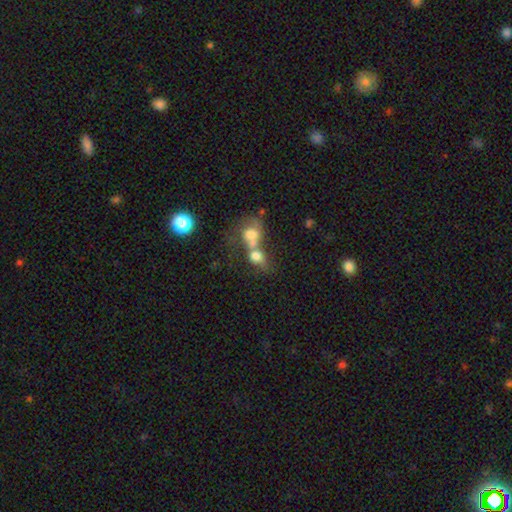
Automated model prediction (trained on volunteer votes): Q: Smooth or featured?
A: smooth (68%); runner-up: featured or disk (19%)
Q: How rounded?
A: round (53%); runner-up: in between (45%)
Q: Merging?
A: merger (68%); runner-up: none (18%)